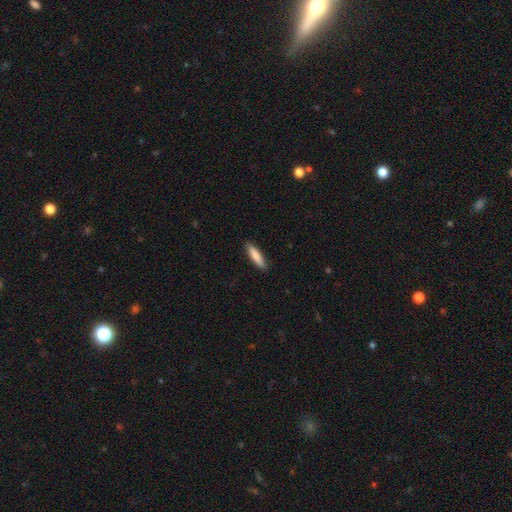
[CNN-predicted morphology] This is clearly a smooth galaxy (81%). How rounded: likely cigar-shaped (76%). Merging: clearly none (89%).